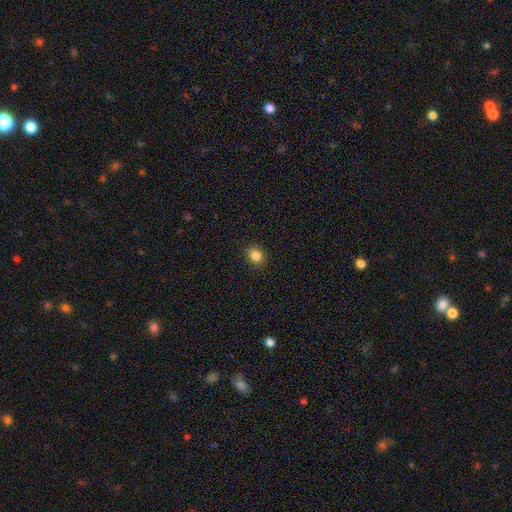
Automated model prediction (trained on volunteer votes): A smooth galaxy with no disk features (85%) that is round (51%).

Vote fractions:
- Smooth or featured? smooth: 85% / star or artifact: 10% / featured or disk: 5%
- How rounded? round: 51% / in between: 48% / cigar-shaped: 1%
- Merging? none: 89% / minor disturbance: 8% / major disturbance: 2% / merger: 1%